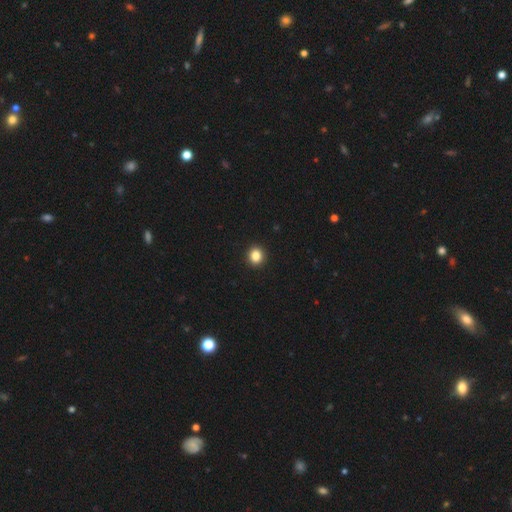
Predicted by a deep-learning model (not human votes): This appears to be a smooth galaxy with no disk features (85%) that is round (82%). Merging: none (93%).